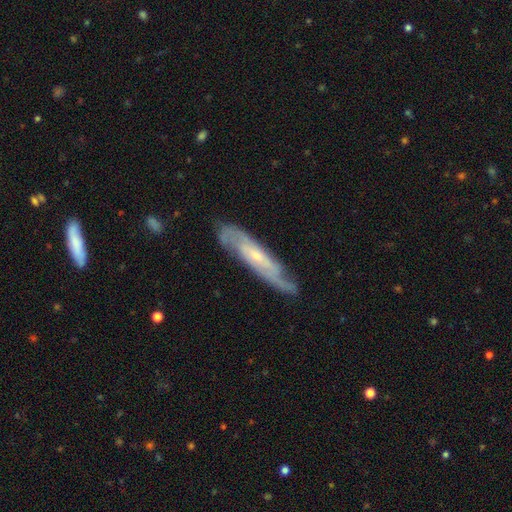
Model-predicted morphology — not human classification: Overall: featured or disk (77%). Edge-on disk: no (67%; yes 33%). Bar: no (54%; weak 34%). Spiral arms: yes (92%). Bulge size: small (68%). Merging: none (73%).